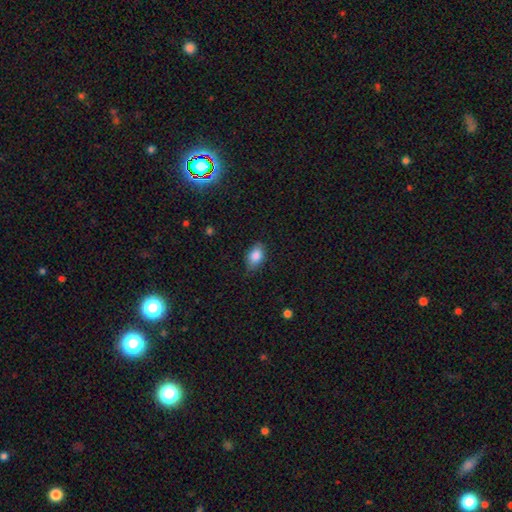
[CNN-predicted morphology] A smooth galaxy with no disk features (86%) that is in between round and cigar-shaped (87%). Merging: none (78%).